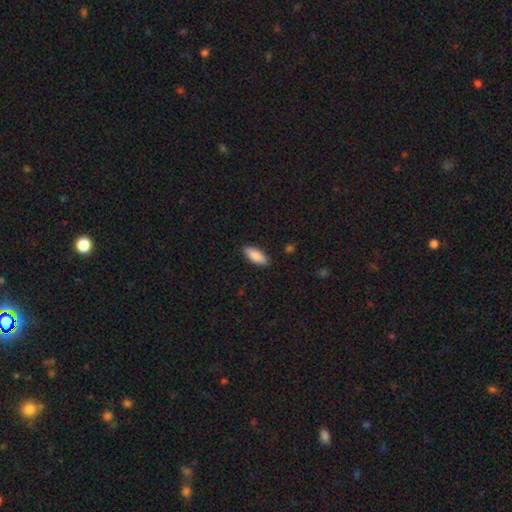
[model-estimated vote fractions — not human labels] Q: Smooth or featured?
A: smooth (88%); runner-up: featured or disk (6%)
Q: How rounded?
A: in between (82%); runner-up: cigar-shaped (16%)
Q: Merging?
A: none (87%); runner-up: minor disturbance (10%)